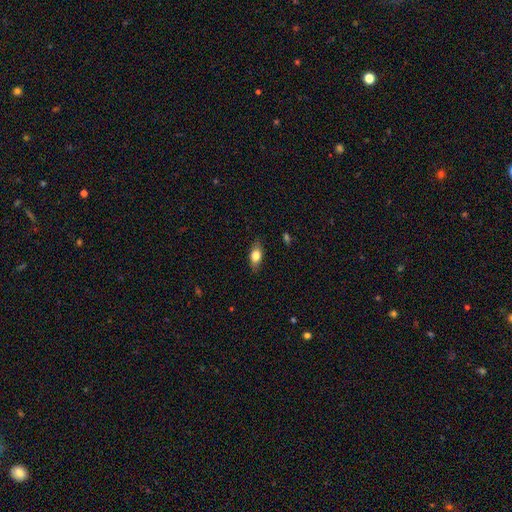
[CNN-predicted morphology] Smooth or featured: smooth — 74% (featured or disk — 18%)
How rounded: in between — 82% (cigar-shaped — 11%)
Merging: none — 82% (minor disturbance — 14%)